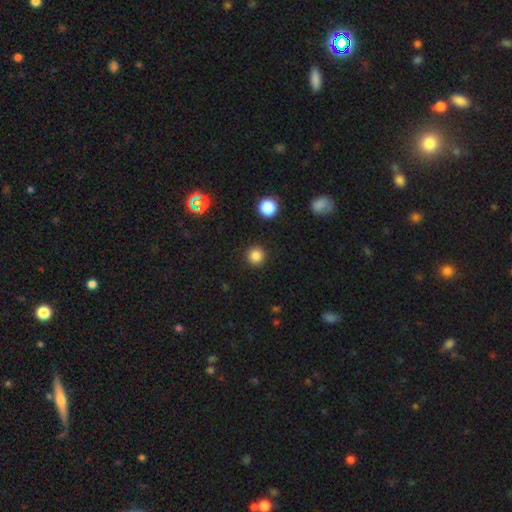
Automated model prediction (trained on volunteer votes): The model was most divided on "smooth or featured": smooth: 83%, star or artifact: 13%, featured or disk: 4%. More confident: how rounded — round (95%); merging — none (91%).